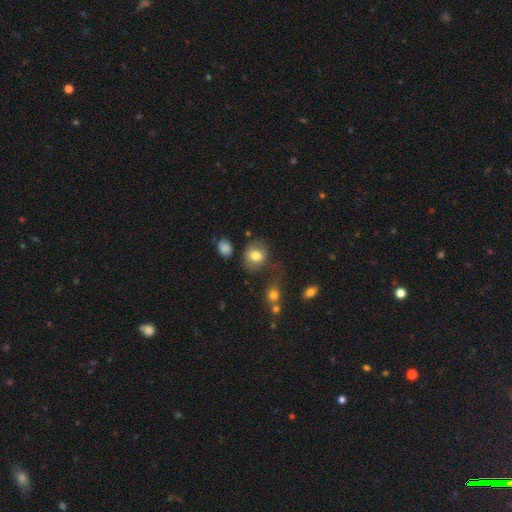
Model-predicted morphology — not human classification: Smooth or featured? Predicted: smooth (p=0.76). How rounded? Predicted: round (p=0.57). Merging? Predicted: none (p=0.56).